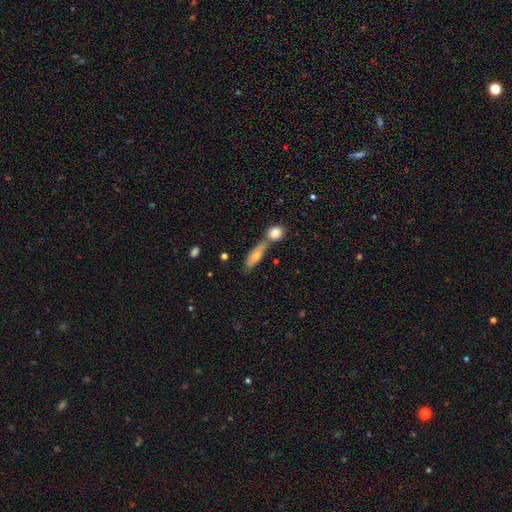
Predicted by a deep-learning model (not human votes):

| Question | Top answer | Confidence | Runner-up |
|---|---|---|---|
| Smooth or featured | smooth | 66% | featured or disk (27%) |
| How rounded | in between | 50% | cigar-shaped (45%) |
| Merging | none | 51% | merger (33%) |